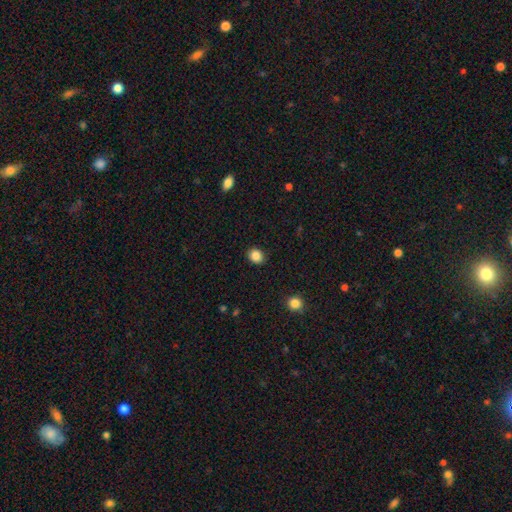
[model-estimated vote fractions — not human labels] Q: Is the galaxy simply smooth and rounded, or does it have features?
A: smooth — 87%.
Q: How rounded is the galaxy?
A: round — 63%.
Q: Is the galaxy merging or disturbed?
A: none — 90%.